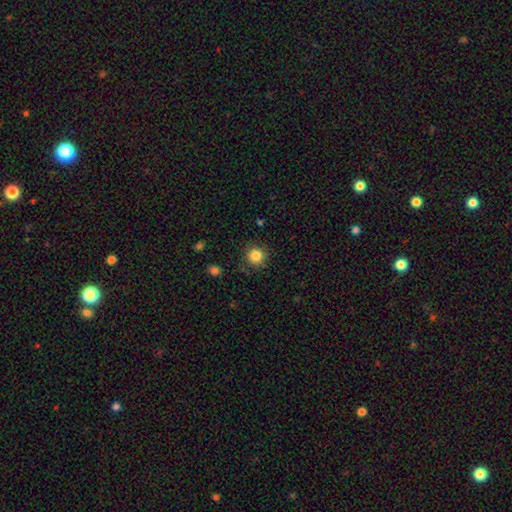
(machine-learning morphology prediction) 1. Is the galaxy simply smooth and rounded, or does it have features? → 84% smooth, 11% star or artifact, 5% featured or disk.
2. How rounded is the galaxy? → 94% round, 5% in between, 1% cigar-shaped.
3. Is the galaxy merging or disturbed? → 87% none, 9% minor disturbance, 3% major disturbance, 2% merger.